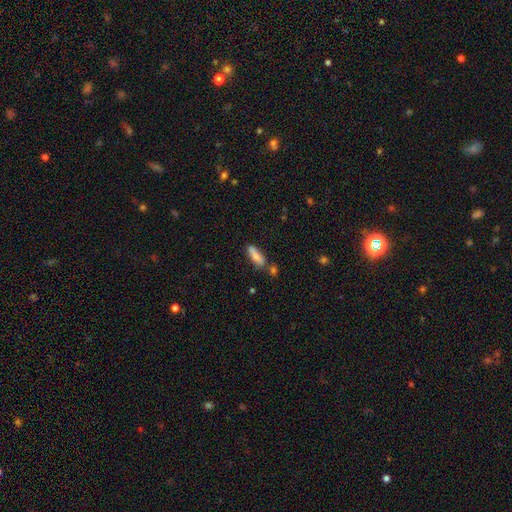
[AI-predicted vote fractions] smooth 79%, featured or disk 14%, star or artifact 7%. Down the decision tree: how rounded — cigar-shaped (50%); merging — none (60%).